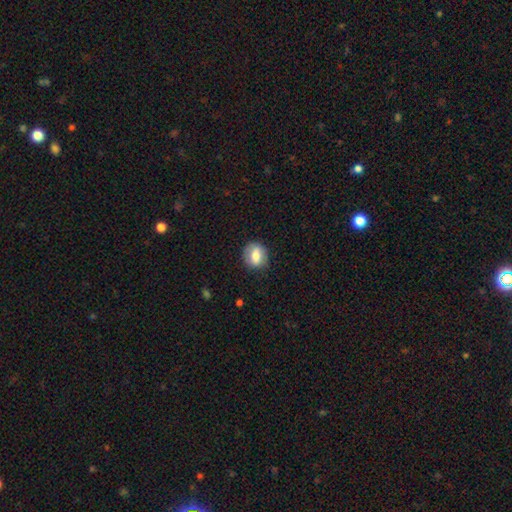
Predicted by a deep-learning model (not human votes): smooth-or-featured: smooth: 66% | featured or disk: 26% | star or artifact: 8%
  how-rounded: round: 52% | in between: 46% | cigar-shaped: 2%
  merging: none: 80% | minor disturbance: 15% | major disturbance: 4% | merger: 1%